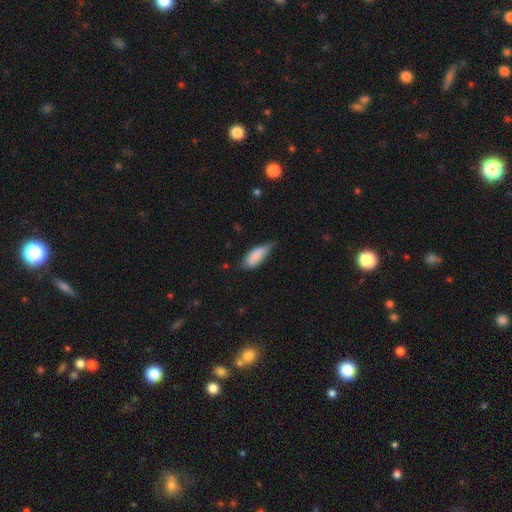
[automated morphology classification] Overall: smooth (82%). How rounded: in between (74%). Merging: minor disturbance (47%; none 40%).